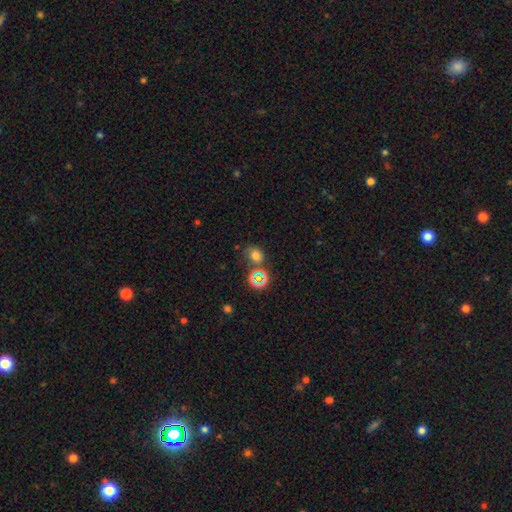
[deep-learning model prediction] smooth 66%, star or artifact 26%, featured or disk 8%. Down the decision tree: how rounded — round (60%); merging — none (66%).